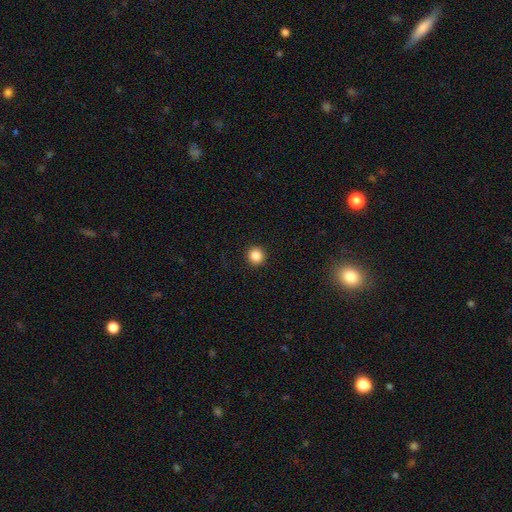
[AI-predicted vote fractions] Smooth or featured: smooth — 86% (star or artifact — 10%)
How rounded: round — 95% (in between — 4%)
Merging: none — 93% (minor disturbance — 4%)